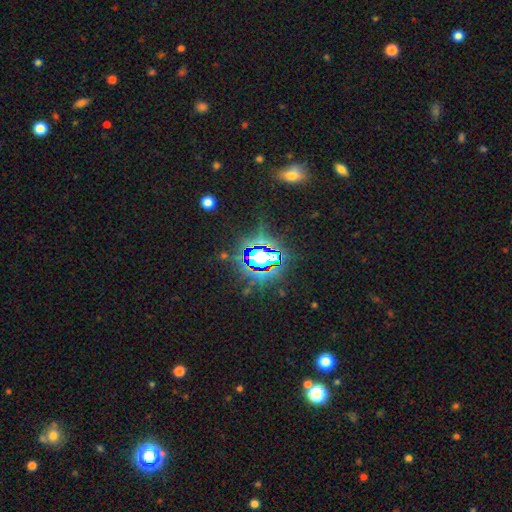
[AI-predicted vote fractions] Smooth or featured: star or artifact — 80% (smooth — 12%)